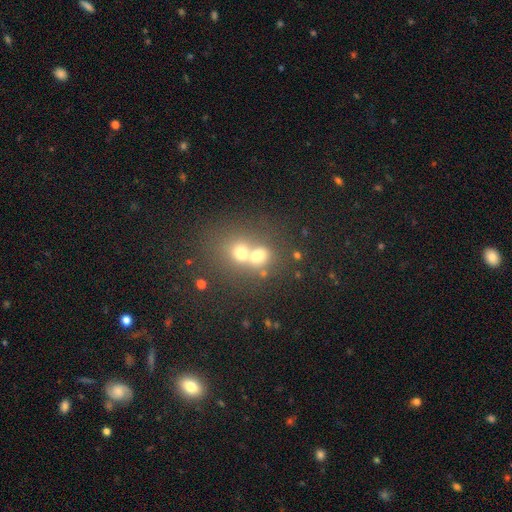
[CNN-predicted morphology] Overall: smooth (57%; featured or disk 23%). How rounded: round (69%; in between 30%). Merging: merger (63%; none 28%).